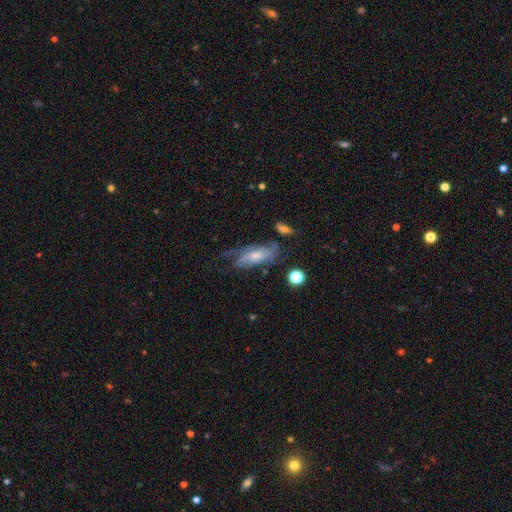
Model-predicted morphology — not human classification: smooth-or-featured: featured or disk: 57% | smooth: 34% | star or artifact: 8%
  disk-edge-on: no: 83% | yes: 17%
  merging: none: 46% | minor disturbance: 27% | major disturbance: 21% | merger: 5%